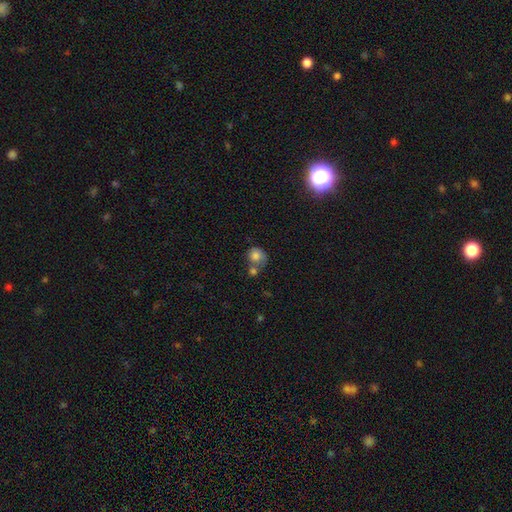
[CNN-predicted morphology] Q: Smooth or featured?
A: smooth (73%); runner-up: featured or disk (19%)
Q: How rounded?
A: round (76%); runner-up: in between (23%)
Q: Merging?
A: merger (44%); runner-up: none (30%)